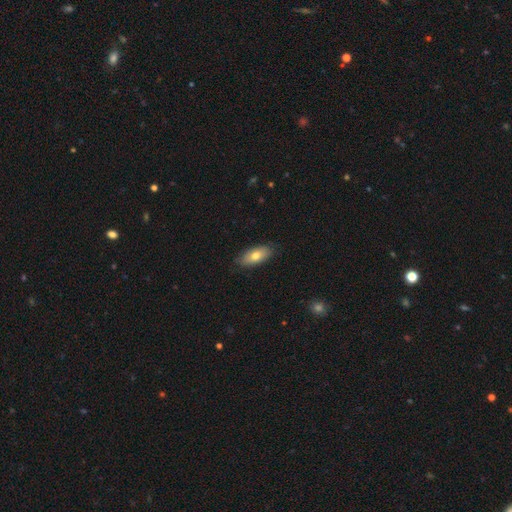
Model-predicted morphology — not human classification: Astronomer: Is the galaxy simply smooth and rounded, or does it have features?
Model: smooth — 74%.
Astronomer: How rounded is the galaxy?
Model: in between — 87%.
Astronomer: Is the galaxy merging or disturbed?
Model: none — 85%.